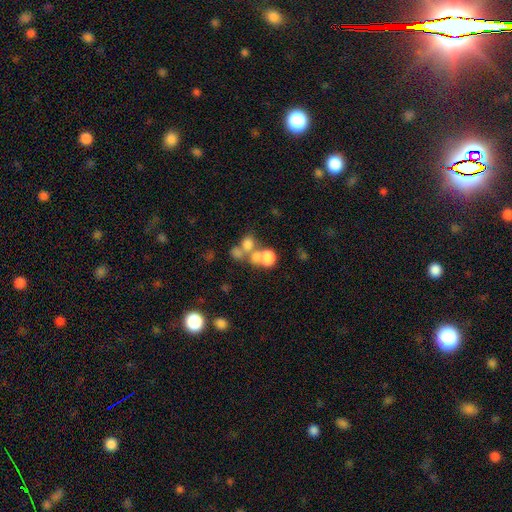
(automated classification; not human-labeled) This appears to be a smooth galaxy with no disk features (46%). Merging: none (45%).